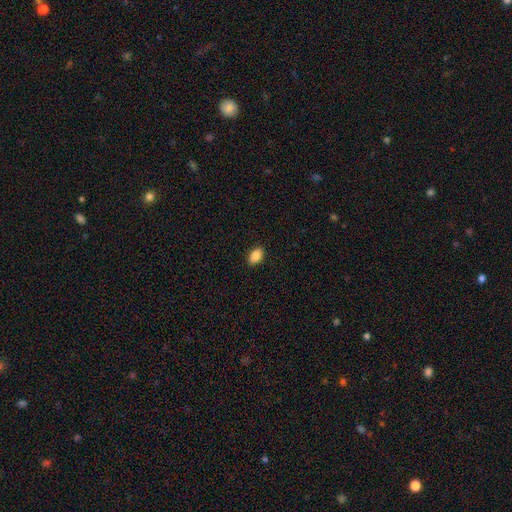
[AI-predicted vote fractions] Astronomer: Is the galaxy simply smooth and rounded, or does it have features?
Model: smooth — 88%.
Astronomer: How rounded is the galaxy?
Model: in between — 91%.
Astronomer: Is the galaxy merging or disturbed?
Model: none — 89%.